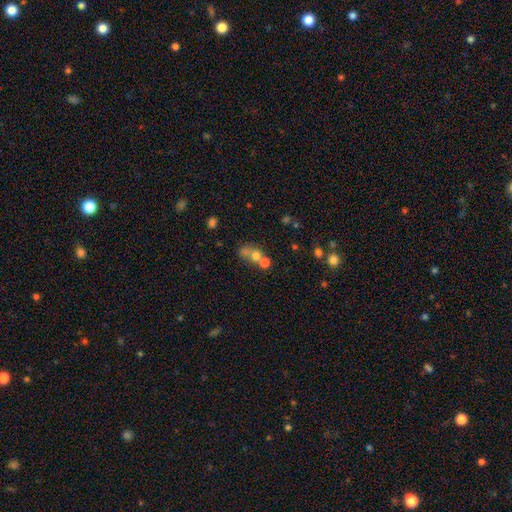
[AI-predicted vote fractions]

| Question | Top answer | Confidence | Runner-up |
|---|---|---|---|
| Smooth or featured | smooth | 63% | featured or disk (19%) |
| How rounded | round | 71% | in between (28%) |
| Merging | merger | 54% | none (32%) |